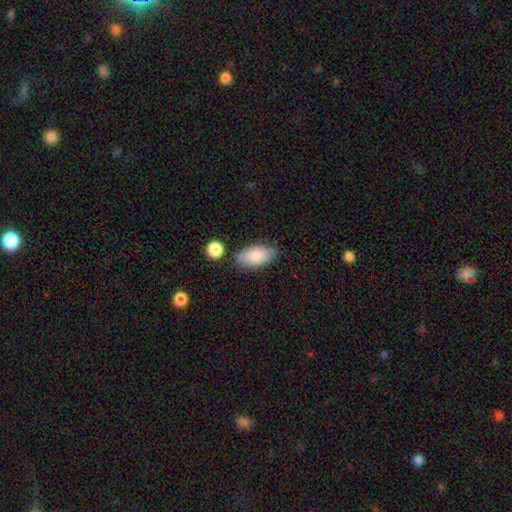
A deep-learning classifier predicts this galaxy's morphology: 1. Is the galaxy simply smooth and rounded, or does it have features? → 84% smooth, 10% featured or disk, 6% star or artifact.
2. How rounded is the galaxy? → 93% in between, 4% cigar-shaped, 3% round.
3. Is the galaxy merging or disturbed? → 72% none, 18% minor disturbance, 6% merger, 4% major disturbance.